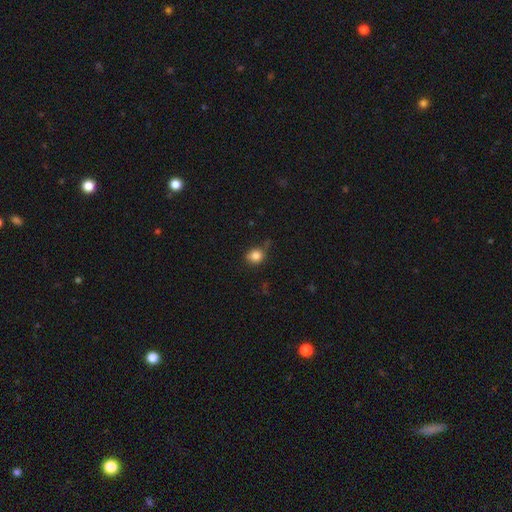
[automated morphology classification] smooth_or_featured: smooth (p=0.84) [alt: star or artifact p=0.11]
how_rounded: round (p=0.76) [alt: in between p=0.23]
merging: none (p=0.64) [alt: minor disturbance p=0.26]